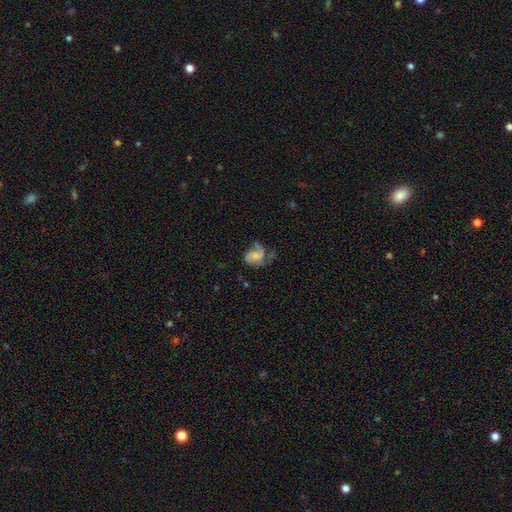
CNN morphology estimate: Smooth or featured? Predicted: featured or disk (p=0.62). Edge-on disk? Predicted: no (p=0.98). Bar? Predicted: no (p=0.63). Spiral arms? Predicted: yes (p=0.86). Spiral winding? Predicted: medium (p=0.44). Spiral arm count? Predicted: 2 (p=0.51). Bulge size? Predicted: small (p=0.39). Merging? Predicted: none (p=0.39).